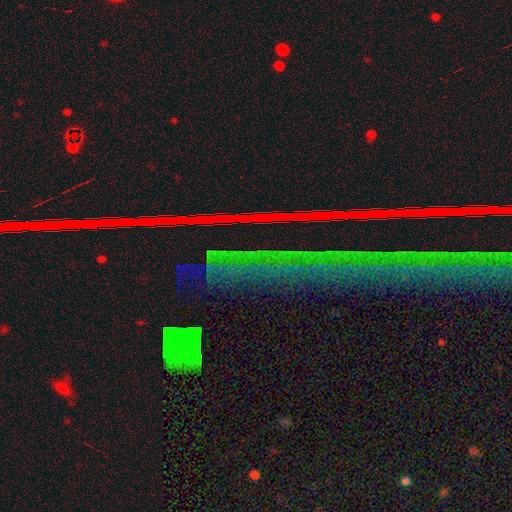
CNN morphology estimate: Smooth or featured: star or artifact — 81% (featured or disk — 11%)